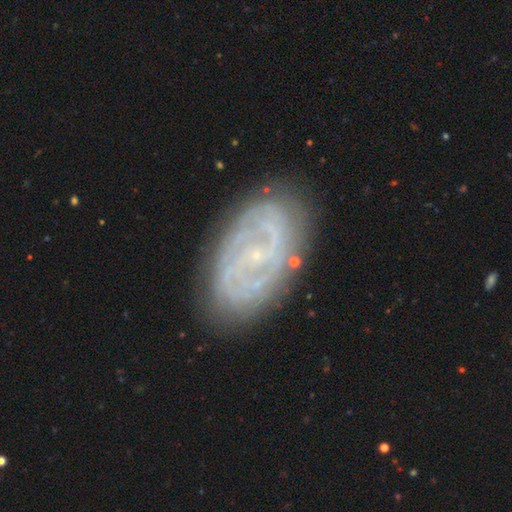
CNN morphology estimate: featured or disk 80%, smooth 13%, star or artifact 7%. Down the decision tree: edge-on disk — no (96%); bar — no (49%); spiral arms — yes (85%); spiral arm count — 2 (45%); spiral winding — tight (57%); bulge size — small (84%); merging — none (80%).